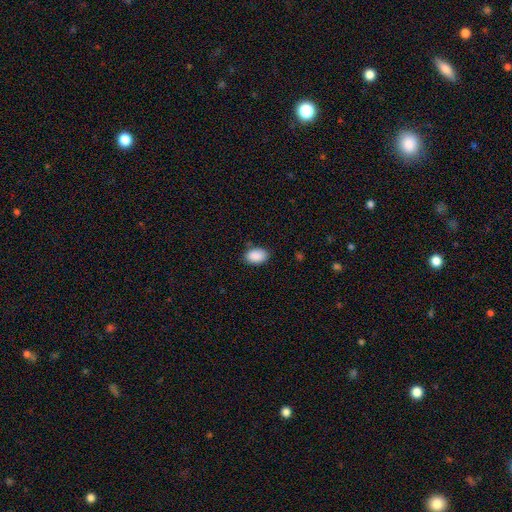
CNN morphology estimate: smooth 90%, star or artifact 7%, featured or disk 3%. Down the decision tree: how rounded — in between (88%); merging — none (83%).